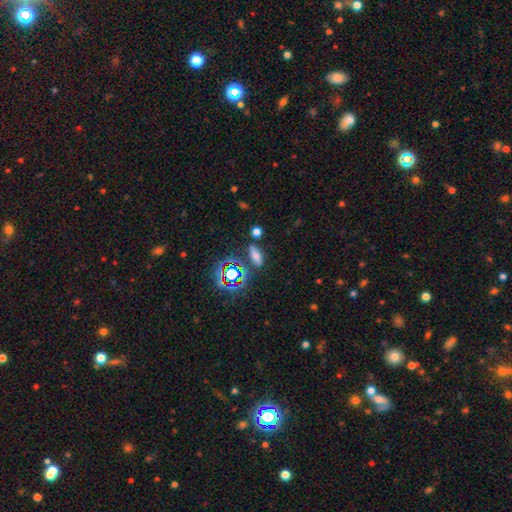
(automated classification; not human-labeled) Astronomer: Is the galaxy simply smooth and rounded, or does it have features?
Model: smooth — 59%.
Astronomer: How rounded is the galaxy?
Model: in between — 59%.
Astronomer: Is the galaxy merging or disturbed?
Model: none — 77%.